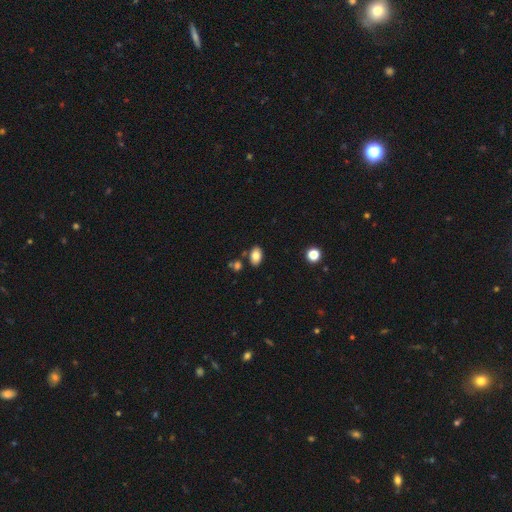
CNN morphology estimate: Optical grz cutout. It shows a smooth galaxy with no disk features (83%) that is in between round and cigar-shaped (88%). Merging: none (81%).